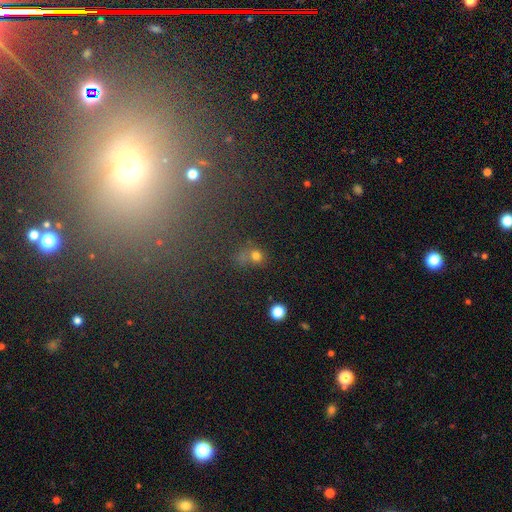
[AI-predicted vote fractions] smooth 70%, star or artifact 22%, featured or disk 8%. Down the decision tree: how rounded — round (80%); merging — none (56%).